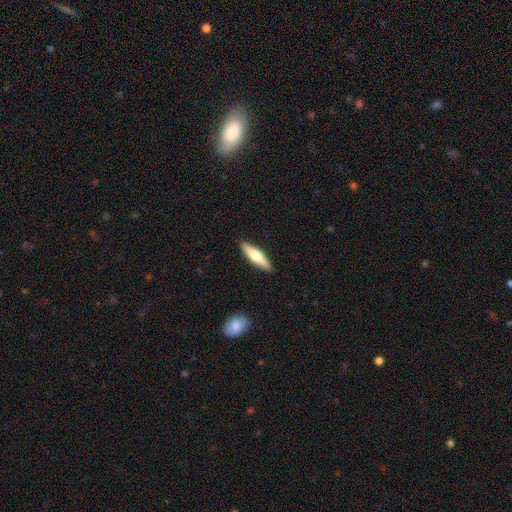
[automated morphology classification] This appears to be a smooth galaxy with no disk features (50%) that is cigar-shaped (71%). Merging: none (90%).